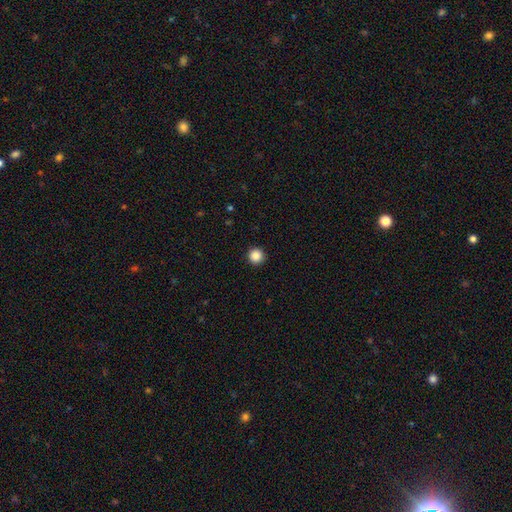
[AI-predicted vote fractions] smooth_or_featured: smooth (p=0.87) [alt: star or artifact p=0.10]
how_rounded: round (p=0.96) [alt: in between p=0.03]
merging: none (p=0.92) [alt: minor disturbance p=0.05]